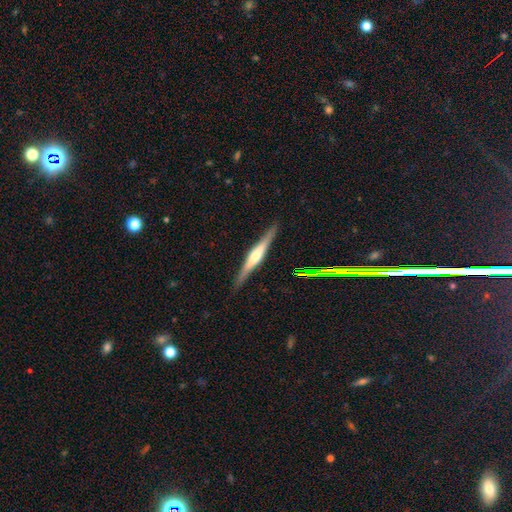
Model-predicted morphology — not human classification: type=featured or disk (68%); edge-on=yes (97%); edge-on bulge=rounded (67%); merging=none (89%).